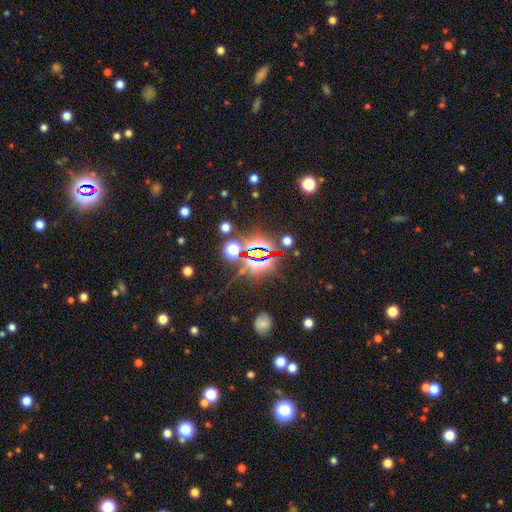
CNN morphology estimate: This appears to be a star or artifact, not a galaxy (80%).